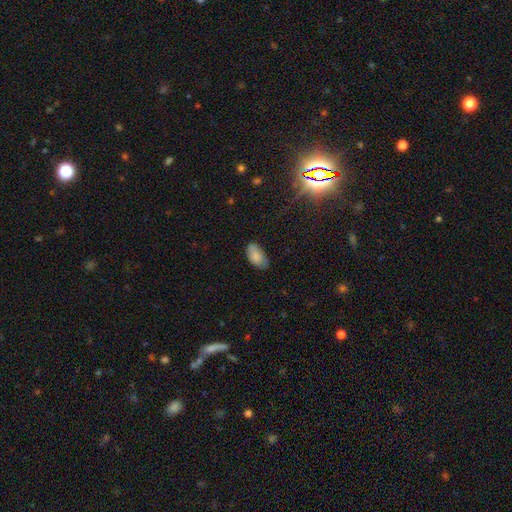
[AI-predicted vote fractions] smooth-or-featured: smooth: 83% | featured or disk: 9% | star or artifact: 8%
  how-rounded: in between: 94% | round: 3% | cigar-shaped: 3%
  merging: none: 73% | minor disturbance: 22% | major disturbance: 4% | merger: 1%